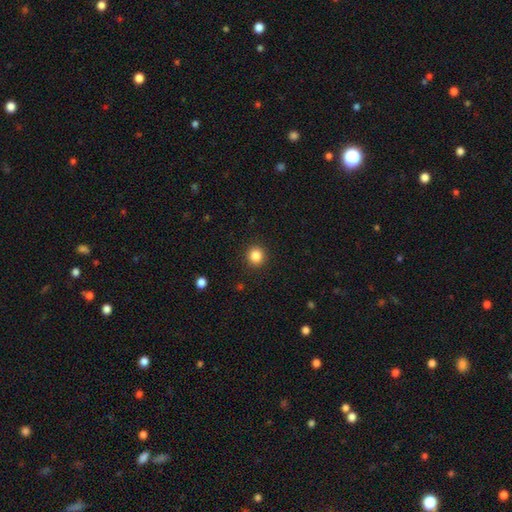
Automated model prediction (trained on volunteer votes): Smooth or featured: smooth — 85% (star or artifact — 11%)
How rounded: round — 93% (in between — 6%)
Merging: none — 92% (minor disturbance — 5%)